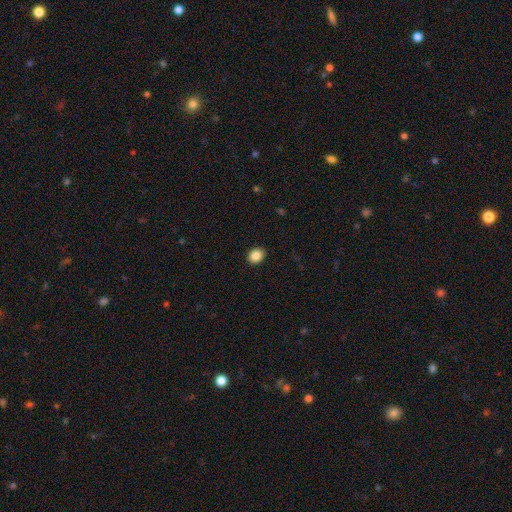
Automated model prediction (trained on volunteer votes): Overall: smooth (87%). How rounded: round (61%; in between 38%). Merging: none (91%).